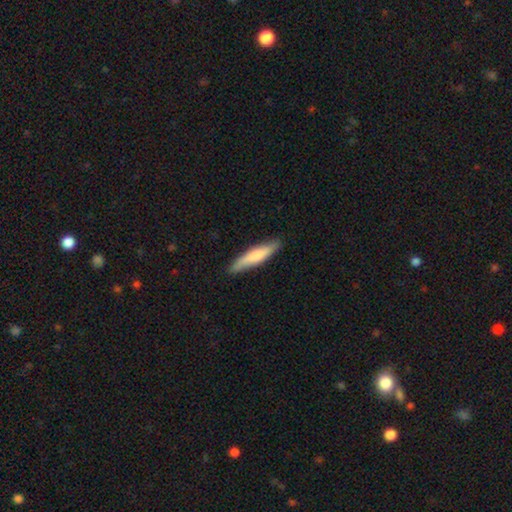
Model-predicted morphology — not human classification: Smooth or featured: smooth — 69% (featured or disk — 26%)
How rounded: cigar-shaped — 82% (in between — 16%)
Merging: none — 85% (minor disturbance — 12%)